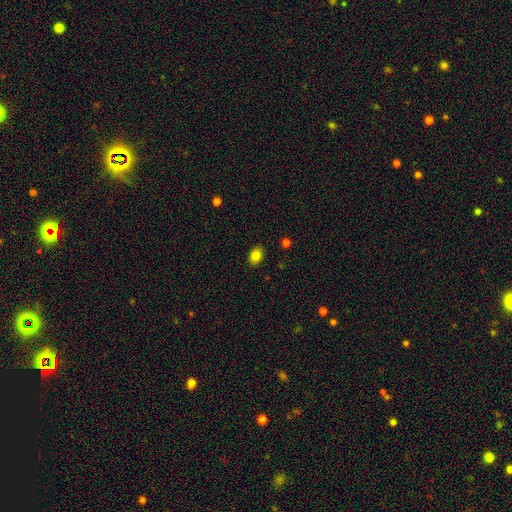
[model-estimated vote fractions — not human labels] smooth 84%, star or artifact 10%, featured or disk 6%. Down the decision tree: how rounded — in between (71%); merging — none (88%).